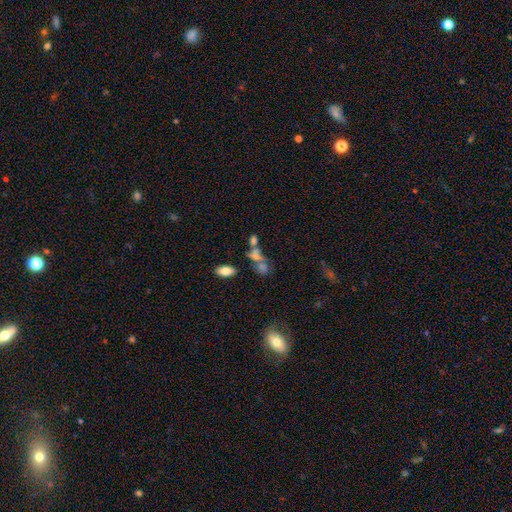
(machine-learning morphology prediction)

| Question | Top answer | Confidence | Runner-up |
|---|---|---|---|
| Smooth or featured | smooth | 60% | featured or disk (23%) |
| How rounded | in between | 68% | round (23%) |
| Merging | merger | 43% | none (32%) |